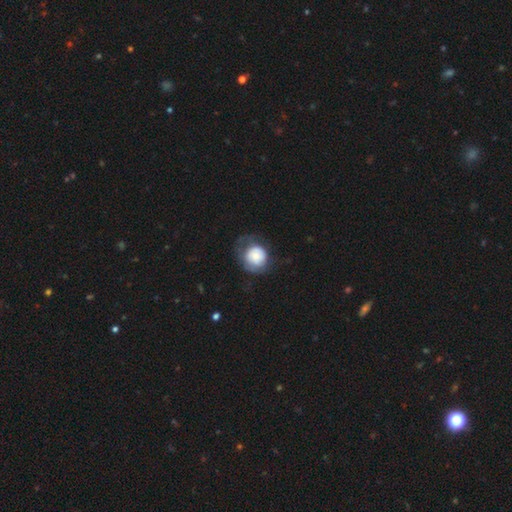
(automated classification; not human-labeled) smooth 60%, featured or disk 32%, star or artifact 7%. Down the decision tree: how rounded — round (85%); merging — none (49%).